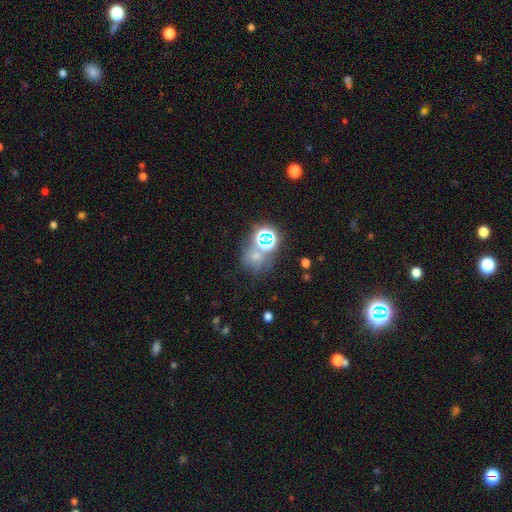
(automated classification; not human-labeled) star or artifact 54%, smooth 34%, featured or disk 12%.